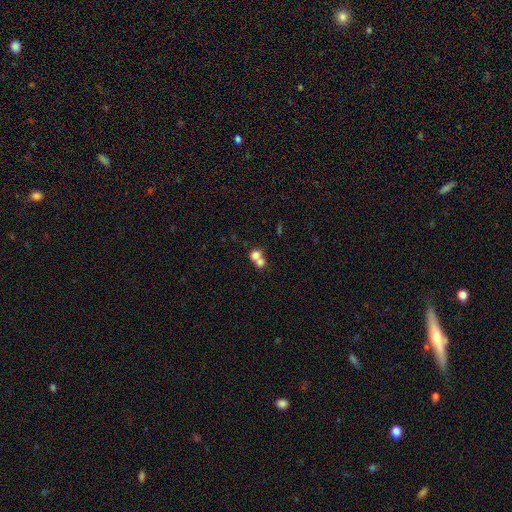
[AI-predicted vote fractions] This appears to be a smooth galaxy with no disk features (73%) that is round (72%). Merging: merger (68%).